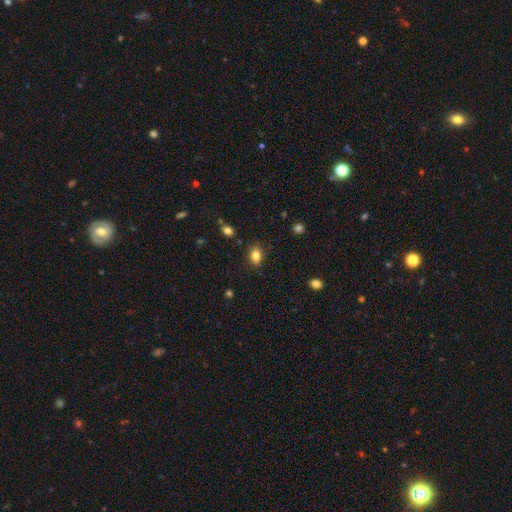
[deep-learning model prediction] Smooth or featured: smooth — 83% (star or artifact — 10%)
How rounded: in between — 70% (round — 29%)
Merging: none — 84% (minor disturbance — 11%)